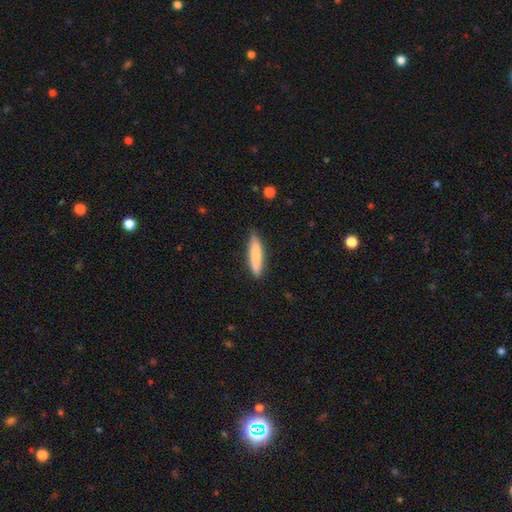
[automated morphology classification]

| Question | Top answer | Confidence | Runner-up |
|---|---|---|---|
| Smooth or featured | smooth | 80% | featured or disk (14%) |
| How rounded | cigar-shaped | 84% | in between (14%) |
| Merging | none | 83% | minor disturbance (14%) |